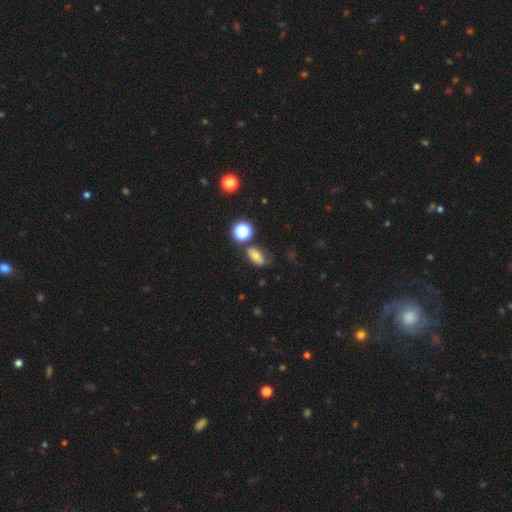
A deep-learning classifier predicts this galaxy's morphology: smooth-or-featured: smooth: 63% | featured or disk: 19% | star or artifact: 18%
  how-rounded: in between: 79% | round: 16% | cigar-shaped: 5%
  merging: none: 56% | minor disturbance: 25% | major disturbance: 11% | merger: 8%